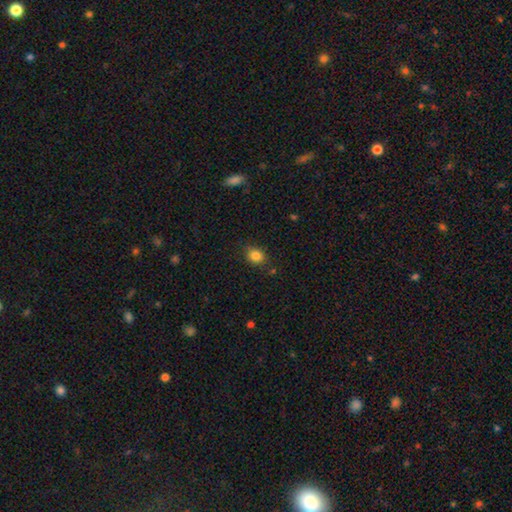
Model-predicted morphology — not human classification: Smooth or featured? Predicted: smooth (p=0.83). How rounded? Predicted: round (p=0.59). Merging? Predicted: none (p=0.80).